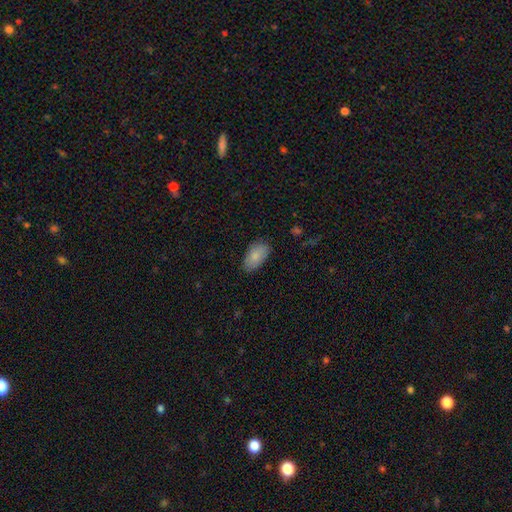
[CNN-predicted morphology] Smooth or featured? smooth (85%)
How rounded? in between (94%)
Merging? none (81%)